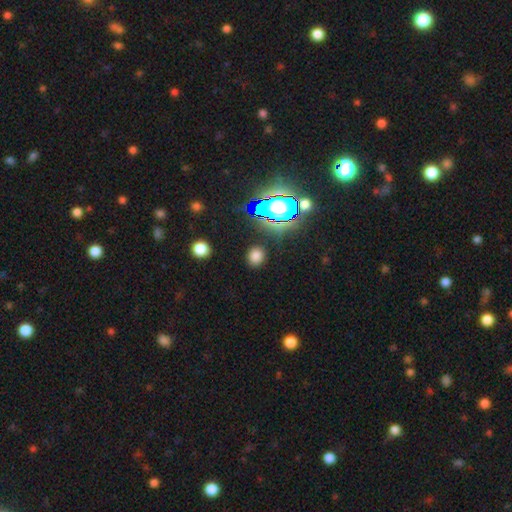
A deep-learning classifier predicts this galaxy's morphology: Smooth or featured? smooth (71%)
How rounded? round (78%)
Merging? none (87%)